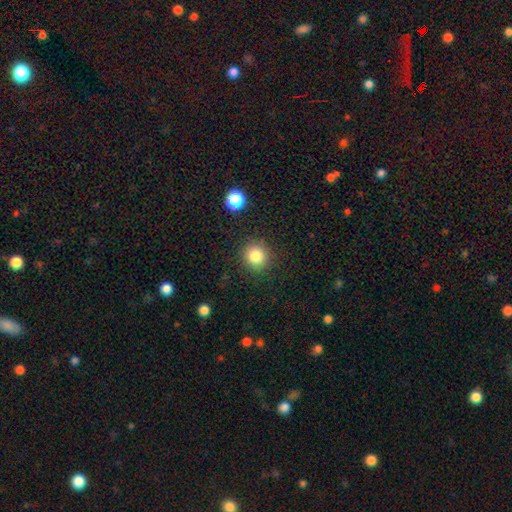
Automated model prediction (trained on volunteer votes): smooth_or_featured: smooth (p=0.83) [alt: star or artifact p=0.11]
how_rounded: round (p=0.89) [alt: in between p=0.10]
merging: none (p=0.88) [alt: minor disturbance p=0.08]